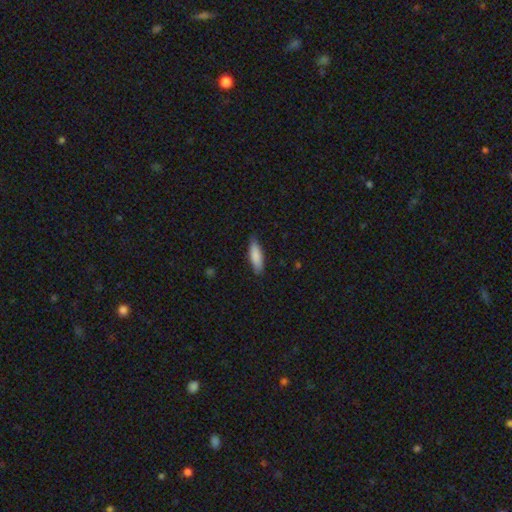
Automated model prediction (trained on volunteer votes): A smooth galaxy with no disk features (86%) that is cigar-shaped (50%).

Vote fractions:
- Smooth or featured? smooth: 86% / featured or disk: 9% / star or artifact: 6%
- How rounded? cigar-shaped: 50% / in between: 49% / round: 2%
- Merging? none: 84% / minor disturbance: 13% / major disturbance: 2% / merger: 1%